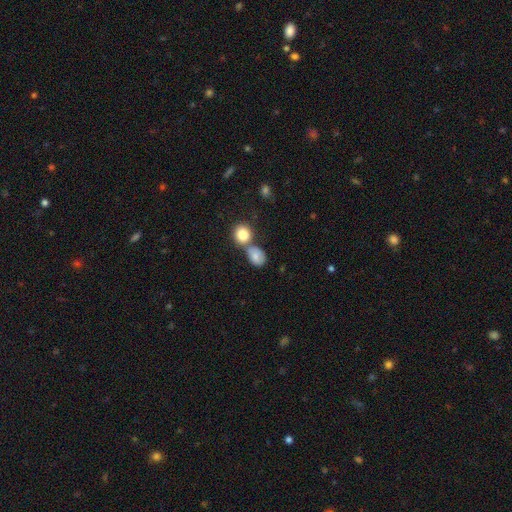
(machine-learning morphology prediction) This is likely a smooth galaxy (79%). How rounded: possibly in between (51%). Merging: marginally merger (41%, tied with none).